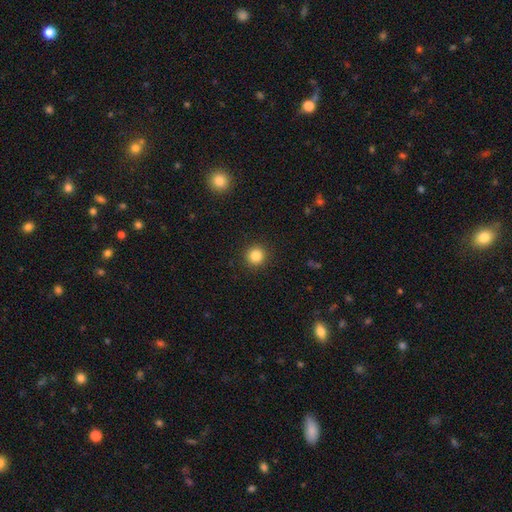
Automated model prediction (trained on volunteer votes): Smooth or featured: smooth — 84% (star or artifact — 11%)
How rounded: round — 94% (in between — 5%)
Merging: none — 92% (minor disturbance — 5%)